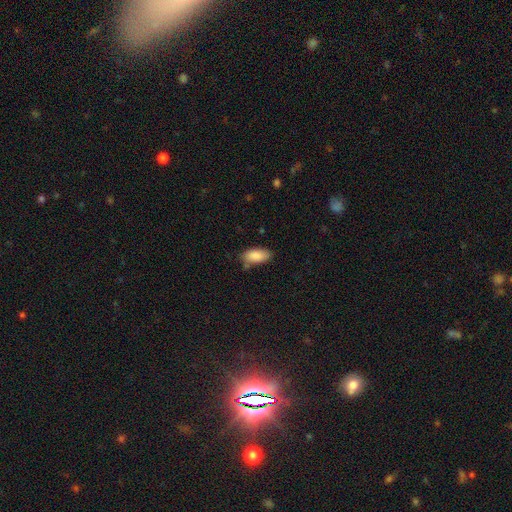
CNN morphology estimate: Q: Smooth or featured?
A: smooth (88%); runner-up: star or artifact (7%)
Q: How rounded?
A: in between (91%); runner-up: cigar-shaped (7%)
Q: Merging?
A: none (69%); runner-up: minor disturbance (22%)